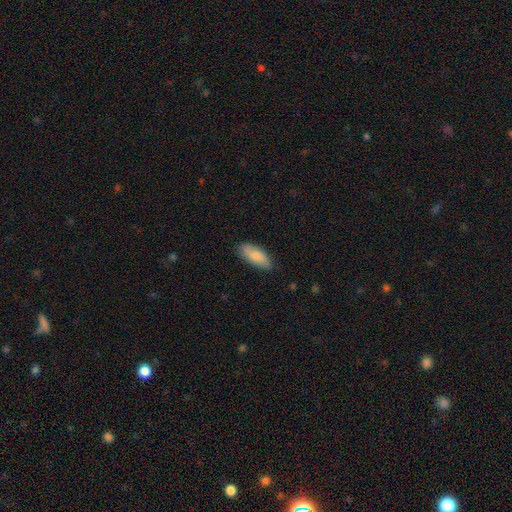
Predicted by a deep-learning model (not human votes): This appears to be a smooth galaxy with no disk features (82%) that is in between round and cigar-shaped (81%). Merging: none (83%).